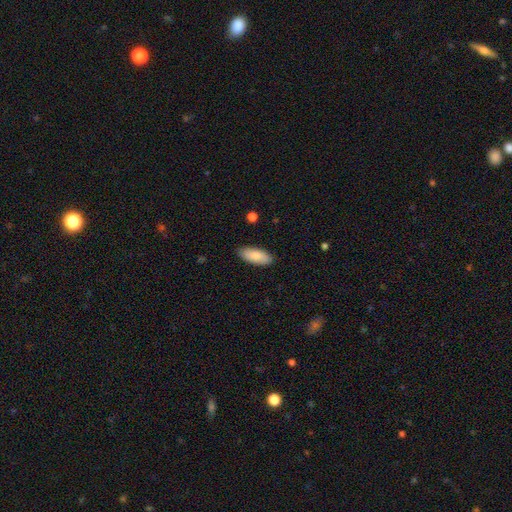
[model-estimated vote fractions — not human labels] The model was most divided on "how rounded": in between: 83%, cigar-shaped: 15%, round: 2%. More confident: merging — none (89%); smooth or featured — smooth (84%).